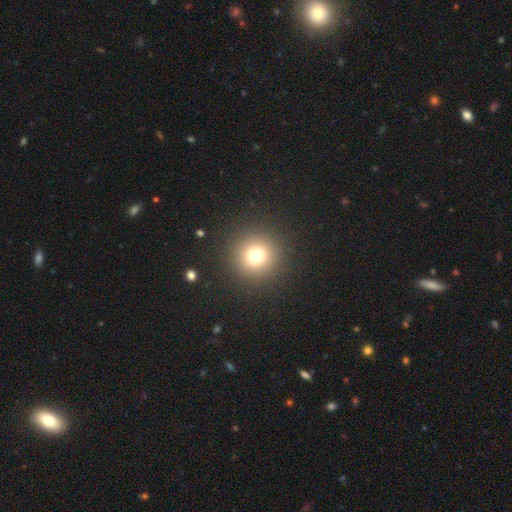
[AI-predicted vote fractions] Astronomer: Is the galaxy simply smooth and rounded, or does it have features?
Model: smooth — 73%.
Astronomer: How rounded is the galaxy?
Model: round — 96%.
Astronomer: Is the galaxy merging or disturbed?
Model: none — 91%.